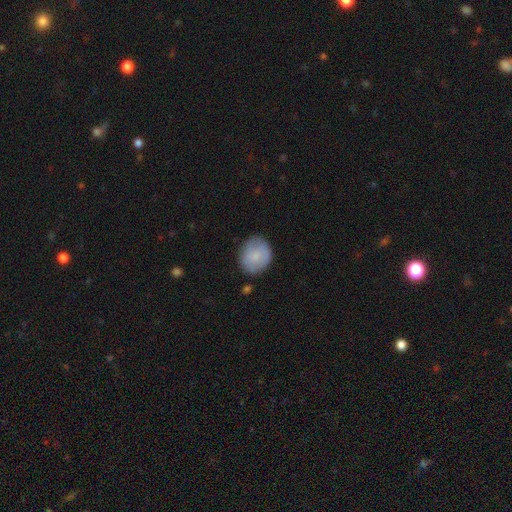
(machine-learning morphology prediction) A smooth galaxy with no disk features (76%) that is round (74%).

Vote fractions:
- Smooth or featured? smooth: 76% / featured or disk: 18% / star or artifact: 7%
- How rounded? round: 74% / in between: 25% / cigar-shaped: 1%
- Merging? none: 79% / minor disturbance: 16% / major disturbance: 4% / merger: 2%